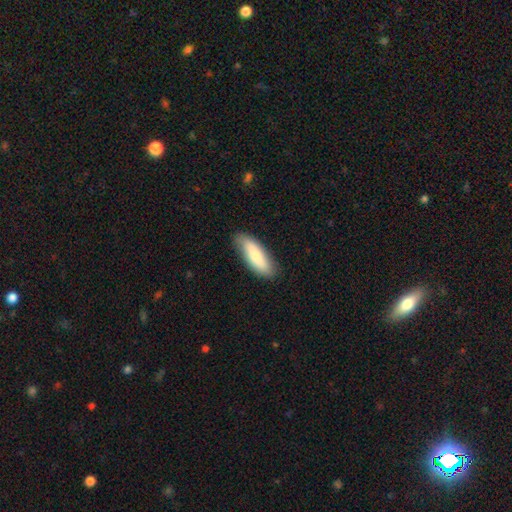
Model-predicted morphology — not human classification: smooth 76%, featured or disk 19%, star or artifact 6%. Down the decision tree: how rounded — in between (55%); merging — none (82%).